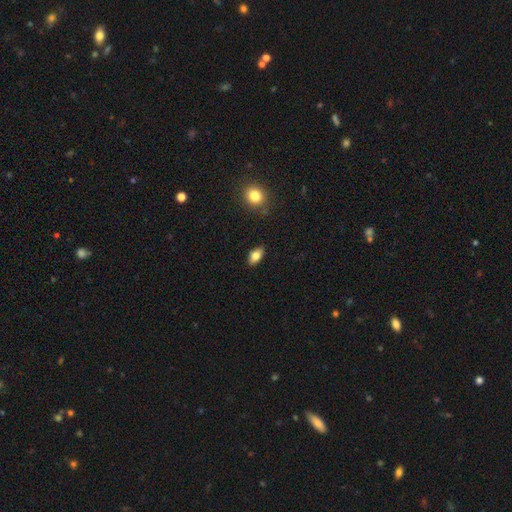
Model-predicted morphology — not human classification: Q: Smooth or featured?
A: smooth (77%); runner-up: featured or disk (15%)
Q: How rounded?
A: in between (89%); runner-up: round (6%)
Q: Merging?
A: none (87%); runner-up: minor disturbance (10%)